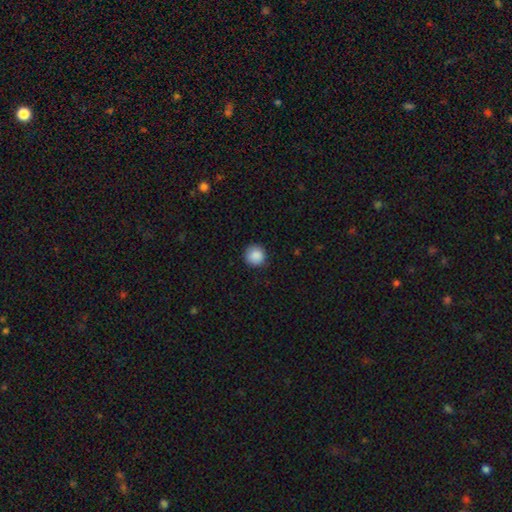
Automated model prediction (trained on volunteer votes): Smooth or featured? Predicted: smooth (p=0.88). How rounded? Predicted: round (p=0.95). Merging? Predicted: none (p=0.89).